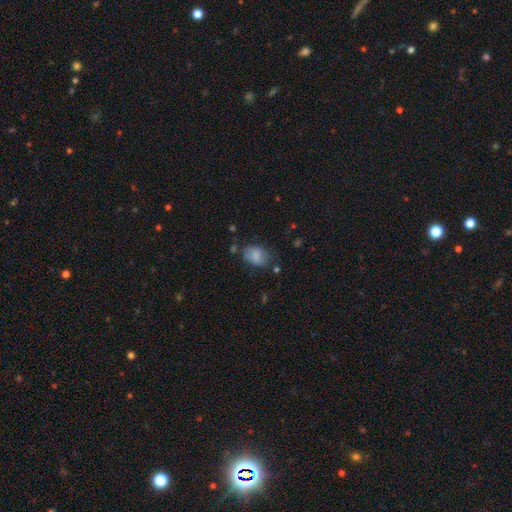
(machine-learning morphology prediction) Smooth or featured?
  - smooth: 78% *
  - featured or disk: 13%
  - star or artifact: 9%
How rounded?
  - in between: 70% *
  - round: 29%
  - cigar-shaped: 1%
Merging?
  - none: 61% *
  - minor disturbance: 25%
  - major disturbance: 10%
  - merger: 4%